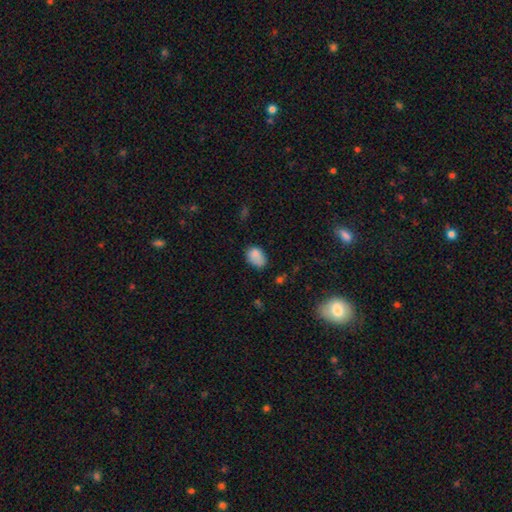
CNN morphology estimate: Overall: smooth (82%). How rounded: in between (81%). Merging: none (54%; minor disturbance 32%).